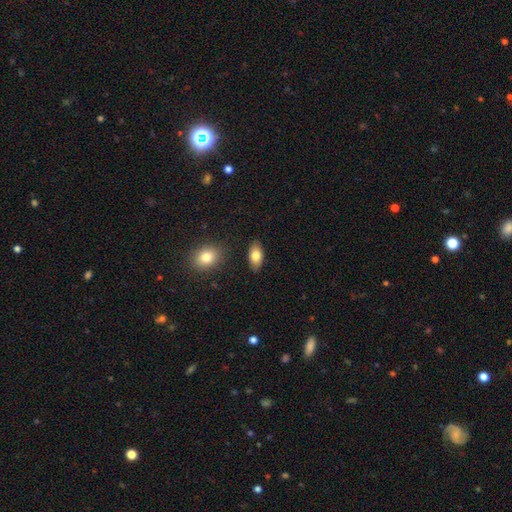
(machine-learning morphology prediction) smooth 79%, featured or disk 14%, star or artifact 7%. Down the decision tree: how rounded — in between (92%); merging — none (86%).